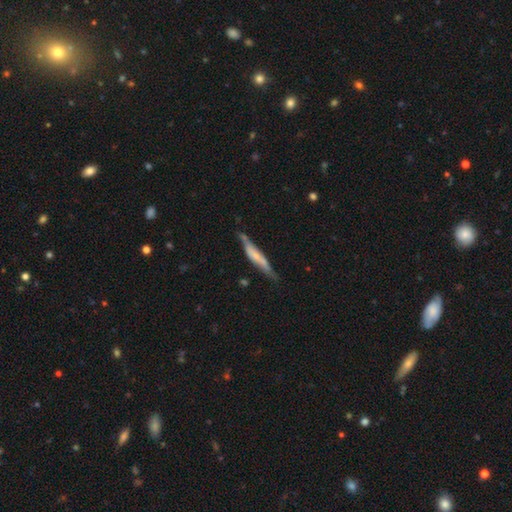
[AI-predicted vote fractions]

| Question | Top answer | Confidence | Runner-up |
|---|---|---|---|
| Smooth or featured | featured or disk | 50% | smooth (44%) |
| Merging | none | 65% | minor disturbance (25%) |